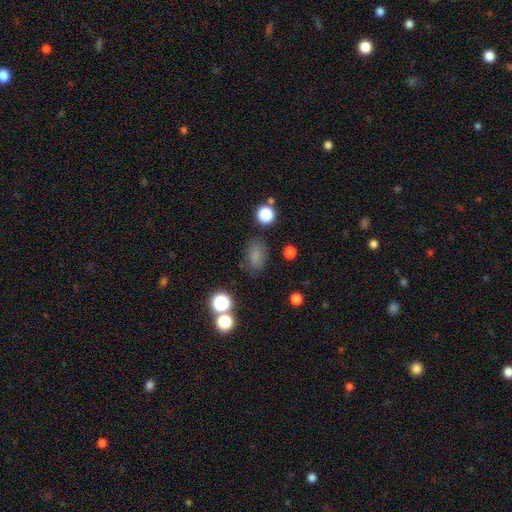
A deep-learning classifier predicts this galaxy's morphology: type=smooth (77%); roundness=in between (77%); merging=none (75%).